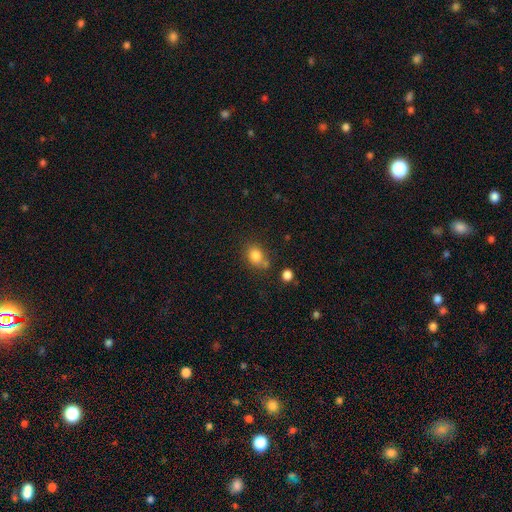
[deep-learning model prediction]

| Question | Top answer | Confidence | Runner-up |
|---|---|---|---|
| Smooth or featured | smooth | 82% | star or artifact (11%) |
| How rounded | round | 52% | in between (47%) |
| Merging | none | 59% | minor disturbance (19%) |